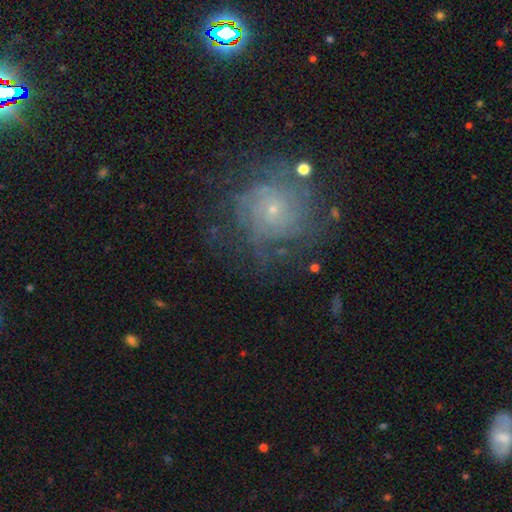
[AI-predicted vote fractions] Smooth or featured?
  - featured or disk: 55% *
  - star or artifact: 26%
  - smooth: 20%
Edge-on disk?
  - no: 96% *
  - yes: 4%
Bar?
  - no: 81% *
  - weak: 15%
  - strong: 4%
Spiral arms?
  - yes: 85% *
  - no: 15%
Bulge size?
  - small: 77% *
  - moderate: 17%
  - none: 3%
  - large: 2%
  - dominant: 1%
Merging?
  - none: 76% *
  - minor disturbance: 13%
  - major disturbance: 9%
  - merger: 2%